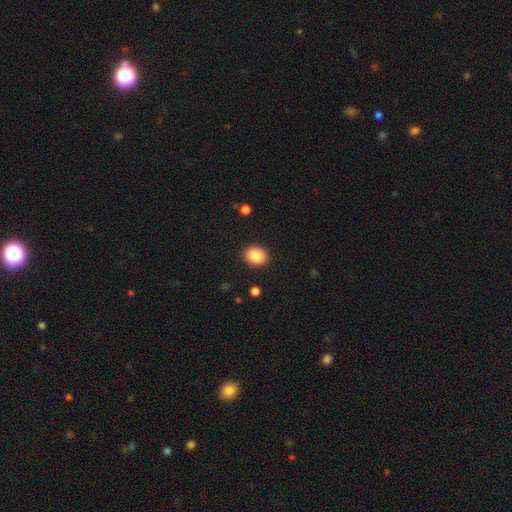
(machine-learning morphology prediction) smooth 86%, star or artifact 9%, featured or disk 6%. Down the decision tree: how rounded — round (63%); merging — none (91%).